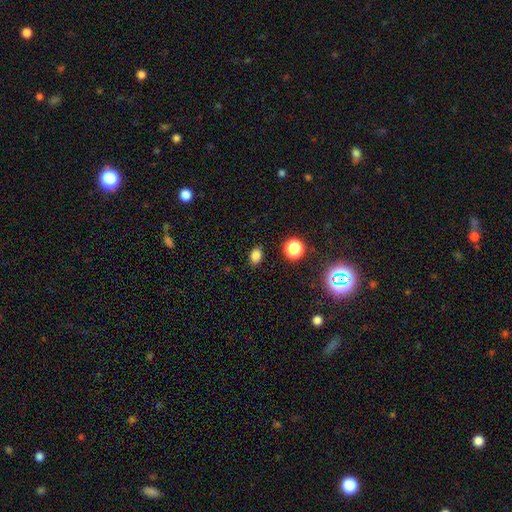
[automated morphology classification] A smooth galaxy with no disk features (82%) that is in between round and cigar-shaped (67%).

Vote fractions:
- Smooth or featured? smooth: 82% / star or artifact: 14% / featured or disk: 4%
- How rounded? in between: 67% / round: 32% / cigar-shaped: 1%
- Merging? none: 87% / minor disturbance: 9% / major disturbance: 3% / merger: 2%